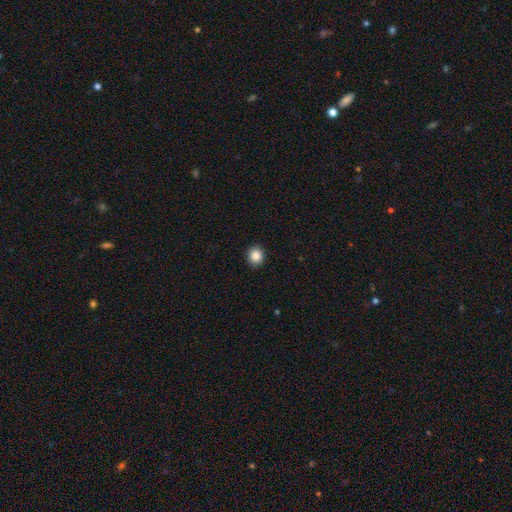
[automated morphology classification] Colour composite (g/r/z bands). It shows a smooth galaxy with no disk features (86%) that is round (86%). Merging: none (92%).